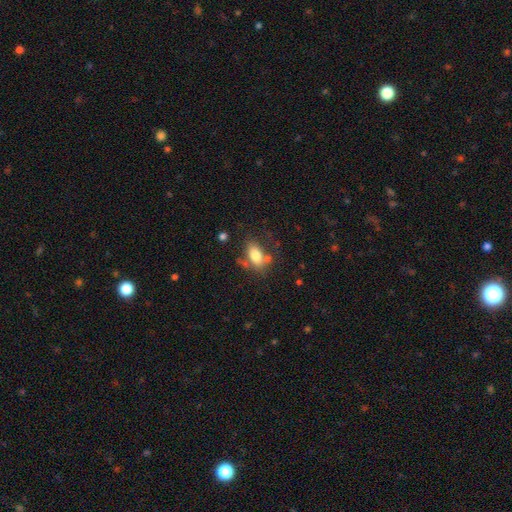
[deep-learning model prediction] smooth_or_featured: smooth (p=0.75) [alt: featured or disk p=0.17]
how_rounded: in between (p=0.87) [alt: round p=0.07]
merging: none (p=0.58) [alt: minor disturbance p=0.21]